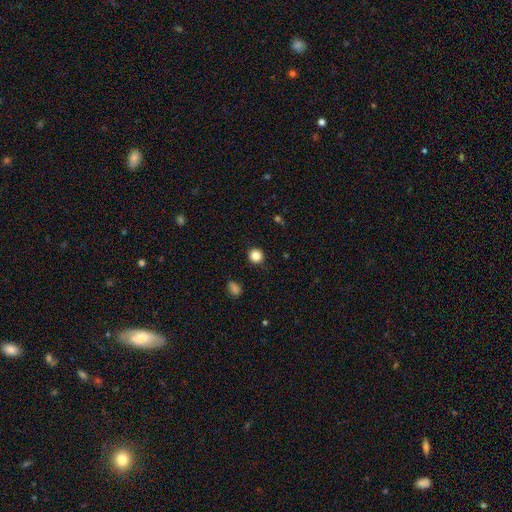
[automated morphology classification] smooth 85%, star or artifact 11%, featured or disk 4%. Down the decision tree: how rounded — round (93%); merging — none (91%).